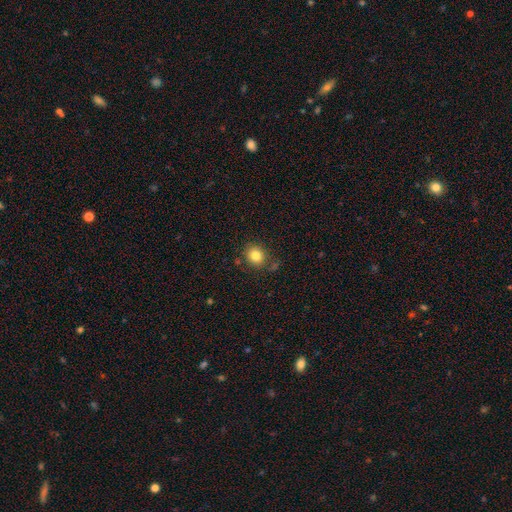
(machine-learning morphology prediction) Smooth or featured? Predicted: smooth (p=0.82). How rounded? Predicted: round (p=0.78). Merging? Predicted: none (p=0.80).